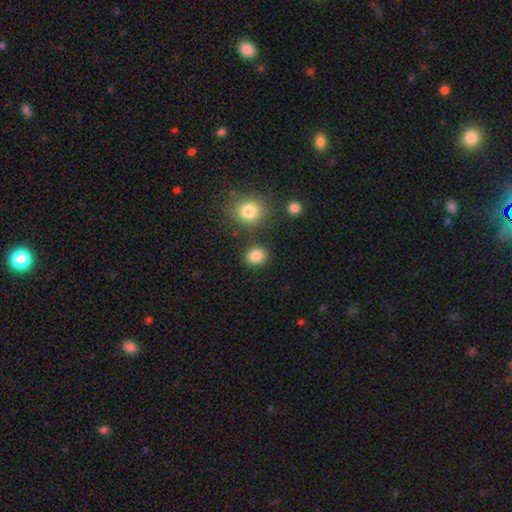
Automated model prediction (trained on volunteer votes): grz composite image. It shows a smooth galaxy with no disk features (85%) that is round (62%). Merging: none (80%).